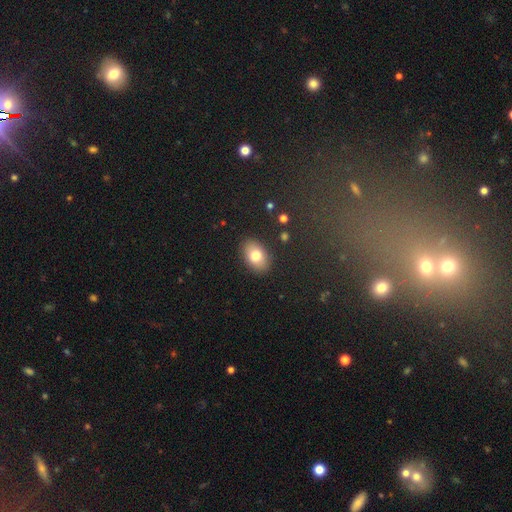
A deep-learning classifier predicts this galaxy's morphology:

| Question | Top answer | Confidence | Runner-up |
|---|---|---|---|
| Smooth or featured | smooth | 77% | featured or disk (15%) |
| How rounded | in between | 84% | round (15%) |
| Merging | none | 88% | minor disturbance (9%) |